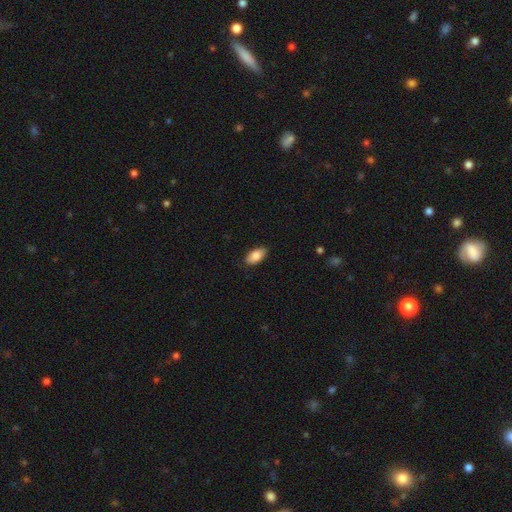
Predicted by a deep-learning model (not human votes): Smooth or featured: smooth — 86% (featured or disk — 7%)
How rounded: in between — 93% (cigar-shaped — 4%)
Merging: none — 86% (minor disturbance — 11%)